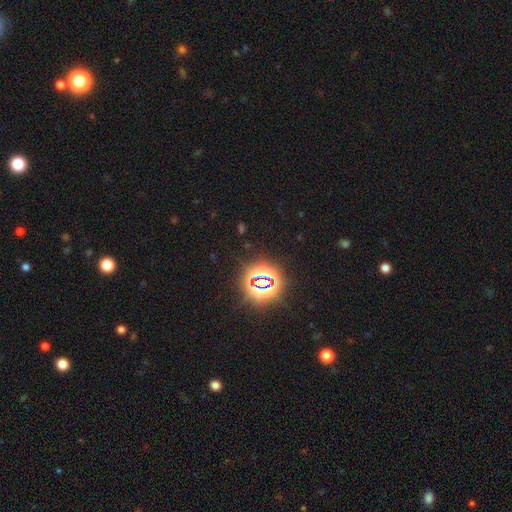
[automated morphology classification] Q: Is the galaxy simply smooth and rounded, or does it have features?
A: star or artifact — 80%.